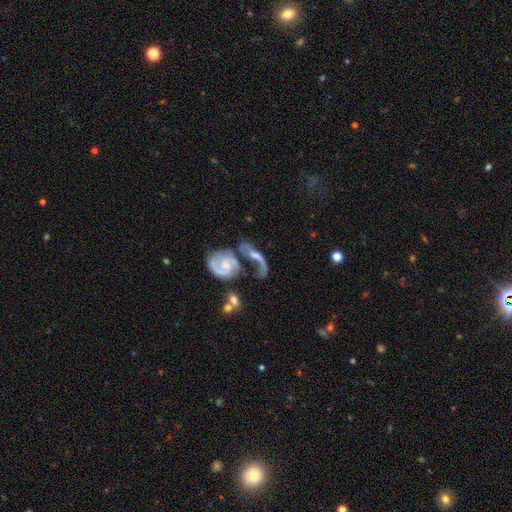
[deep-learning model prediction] Smooth or featured: featured or disk — 75% (smooth — 18%)
Edge-on disk: no — 90% (yes — 10%)
Bar: no — 53% (weak — 35%)
Spiral arms: yes — 85% (no — 15%)
Spiral winding: loose — 61% (medium — 27%)
Spiral arm count: 2 — 74% (1 — 14%)
Bulge size: small — 40% (moderate — 31%)
Merging: merger — 48% (major disturbance — 21%)